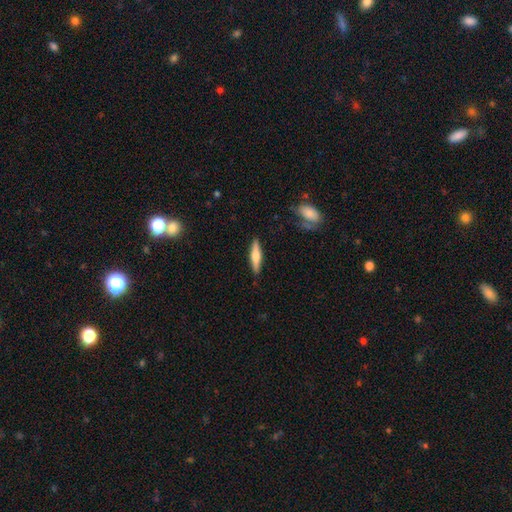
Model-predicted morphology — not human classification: smooth-or-featured: smooth: 48% | featured or disk: 46% | star or artifact: 6%
  merging: none: 88% | minor disturbance: 8% | major disturbance: 2% | merger: 2%